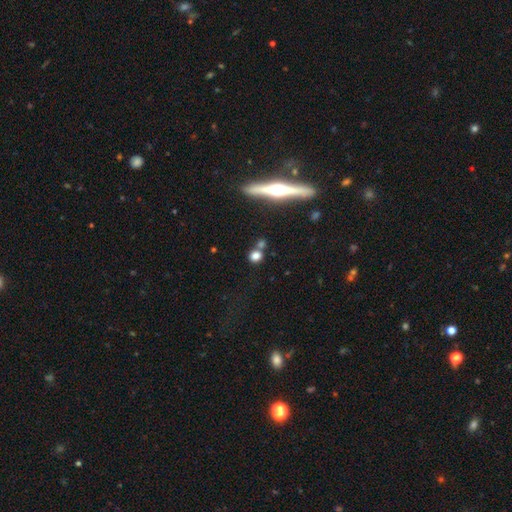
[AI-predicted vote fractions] This appears to be a smooth galaxy with no disk features (71%) that is round (83%). Merging: none (65%).